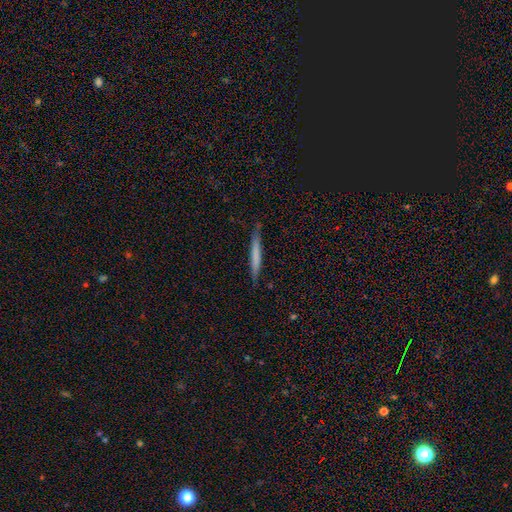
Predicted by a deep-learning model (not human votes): Q: Smooth or featured?
A: smooth (65%); runner-up: featured or disk (29%)
Q: How rounded?
A: cigar-shaped (96%); runner-up: in between (2%)
Q: Merging?
A: none (85%); runner-up: minor disturbance (11%)